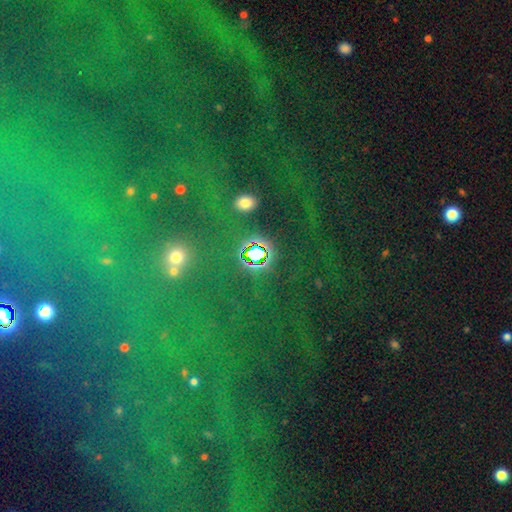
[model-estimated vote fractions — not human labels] Overall: star or artifact (75%).